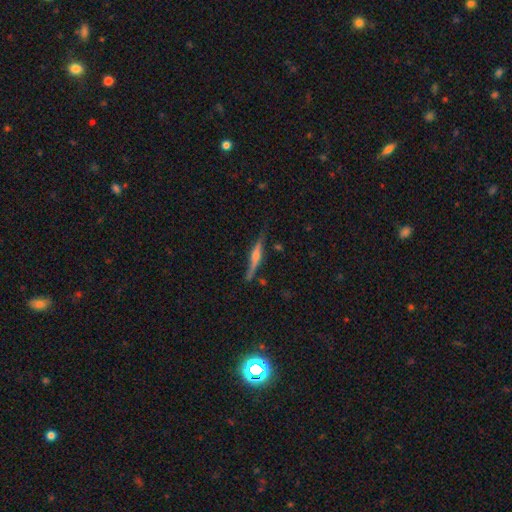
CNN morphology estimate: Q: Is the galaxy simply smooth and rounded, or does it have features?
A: featured or disk — 70%.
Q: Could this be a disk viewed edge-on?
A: yes — 96%.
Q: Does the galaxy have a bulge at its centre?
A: rounded — 74%.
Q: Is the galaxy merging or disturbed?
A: none — 77%.